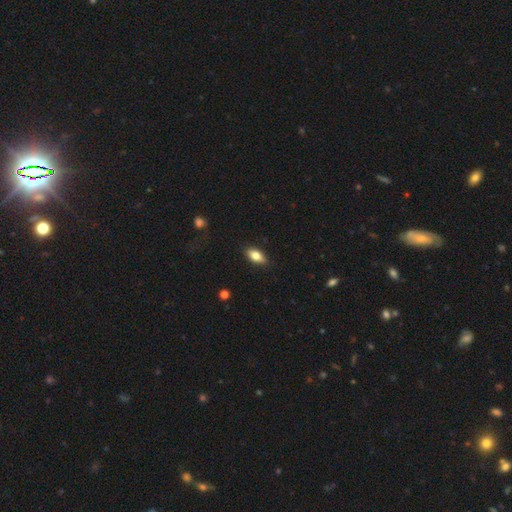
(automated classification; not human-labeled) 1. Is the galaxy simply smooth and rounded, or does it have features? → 79% smooth, 14% featured or disk, 7% star or artifact.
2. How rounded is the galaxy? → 89% in between, 7% cigar-shaped, 4% round.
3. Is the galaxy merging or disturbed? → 88% none, 9% minor disturbance, 2% major disturbance, 1% merger.